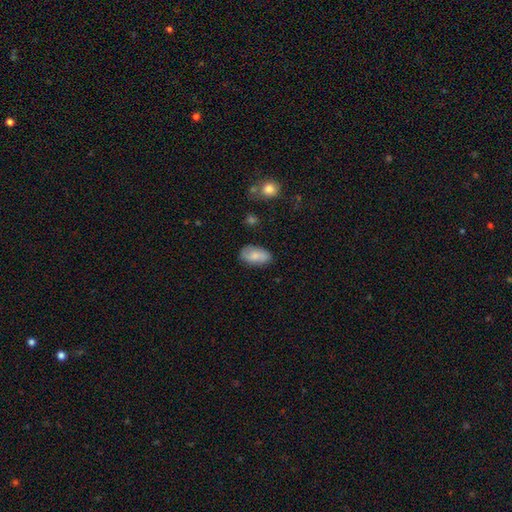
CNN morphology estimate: Smooth or featured? smooth (70%)
How rounded? in between (92%)
Merging? none (76%)